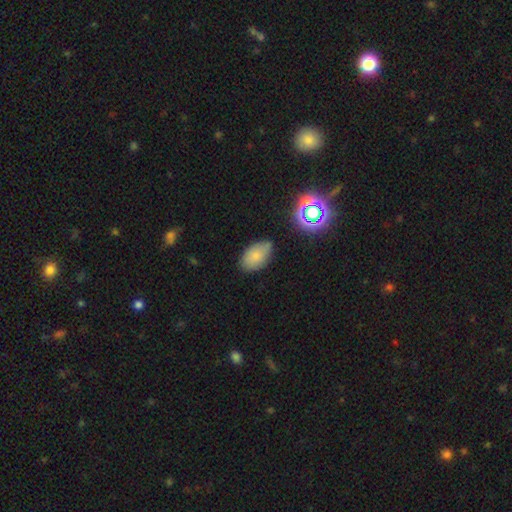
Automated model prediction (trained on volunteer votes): Smooth or featured? Predicted: smooth (p=0.78). How rounded? Predicted: in between (p=0.92). Merging? Predicted: none (p=0.70).